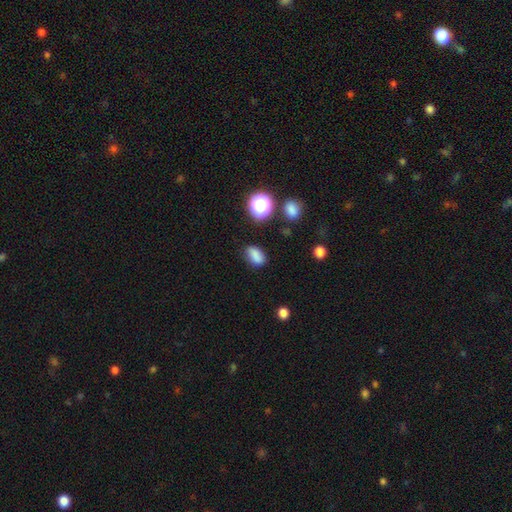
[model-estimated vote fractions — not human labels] smooth-or-featured: smooth: 82% | star or artifact: 12% | featured or disk: 6%
  how-rounded: in between: 84% | round: 12% | cigar-shaped: 4%
  merging: none: 79% | minor disturbance: 14% | major disturbance: 4% | merger: 2%